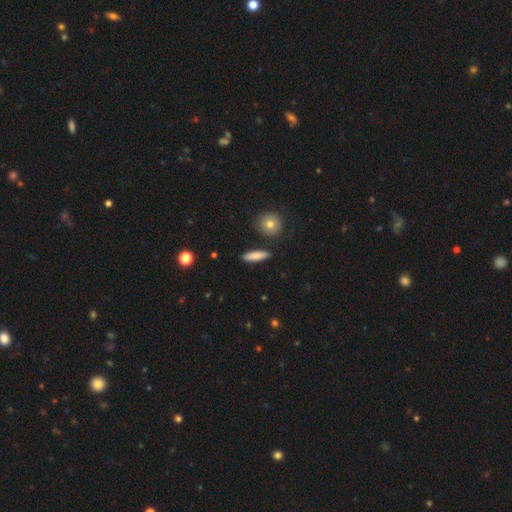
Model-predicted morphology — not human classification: Smooth or featured: smooth — 81% (featured or disk — 13%)
How rounded: cigar-shaped — 68% (in between — 29%)
Merging: none — 88% (minor disturbance — 8%)